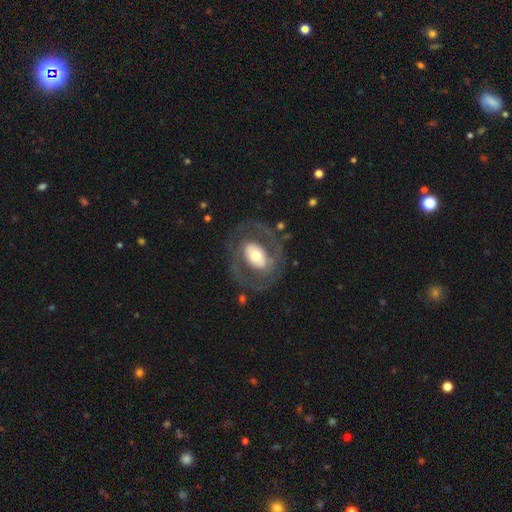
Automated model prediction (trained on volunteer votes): A featured or disk galaxy (64%) with no bar (55%), no spiral arms (58%) and a moderate central bulge (57%). Merging: none (71%).